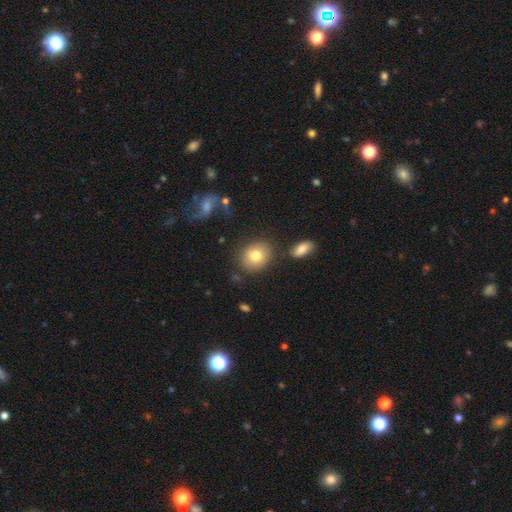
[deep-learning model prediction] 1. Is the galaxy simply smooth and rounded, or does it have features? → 78% smooth, 13% featured or disk, 9% star or artifact.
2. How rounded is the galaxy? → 66% round, 33% in between, 1% cigar-shaped.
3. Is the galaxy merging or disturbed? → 80% none, 11% minor disturbance, 5% merger, 3% major disturbance.